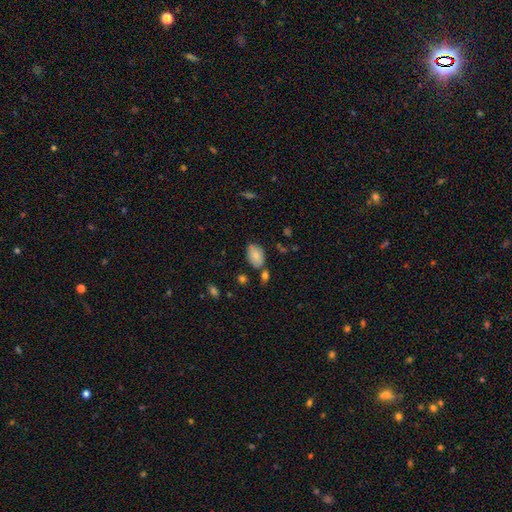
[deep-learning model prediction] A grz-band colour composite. It shows a smooth galaxy with no disk features (78%) that is in between round and cigar-shaped (88%). Merging: none (64%).